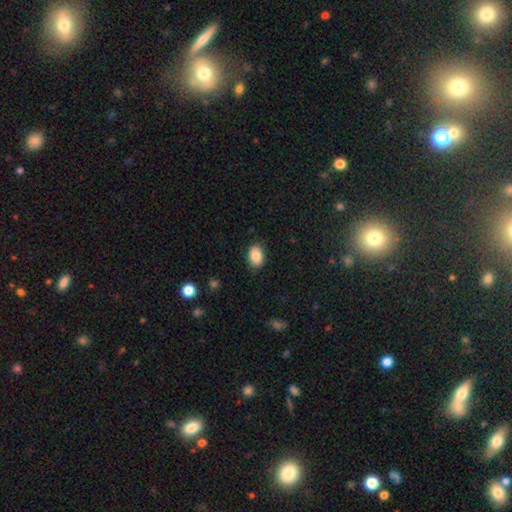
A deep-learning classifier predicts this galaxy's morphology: A smooth galaxy with no disk features (87%) that is in between round and cigar-shaped (83%). Merging: none (85%).